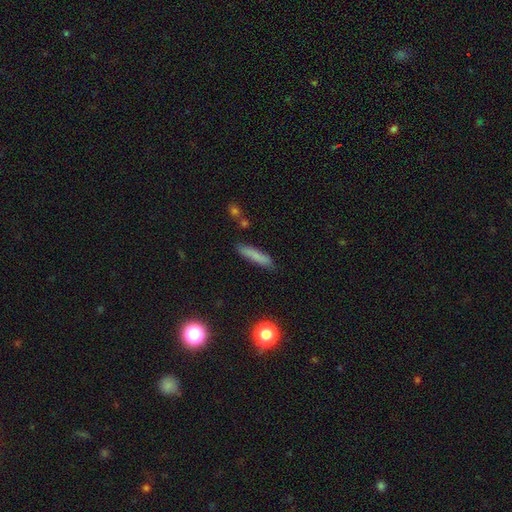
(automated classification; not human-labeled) Smooth or featured? smooth (77%)
How rounded? cigar-shaped (85%)
Merging? none (84%)